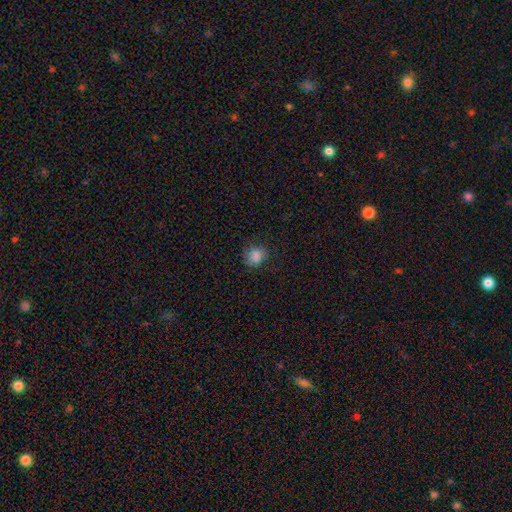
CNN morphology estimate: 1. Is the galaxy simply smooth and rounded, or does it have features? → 85% smooth, 11% star or artifact, 5% featured or disk.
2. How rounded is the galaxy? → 73% round, 26% in between, 1% cigar-shaped.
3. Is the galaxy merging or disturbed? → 75% none, 18% minor disturbance, 6% major disturbance, 1% merger.